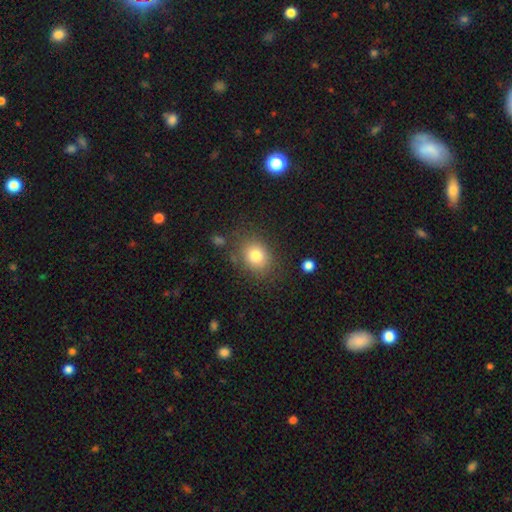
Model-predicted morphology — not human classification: A smooth galaxy with no disk features (80%) that is round (53%). Merging: none (78%).